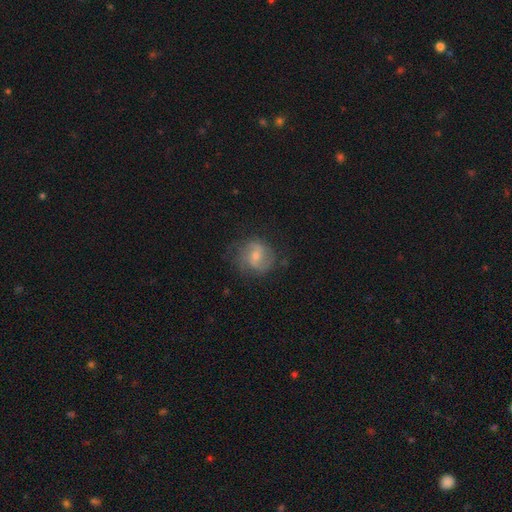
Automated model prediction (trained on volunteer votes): Smooth or featured?
  - featured or disk: 63% *
  - smooth: 27%
  - star or artifact: 9%
Edge-on disk?
  - no: 97% *
  - yes: 3%
Bar?
  - weak: 48% *
  - no: 39%
  - strong: 13%
Spiral arms?
  - yes: 86% *
  - no: 14%
Spiral winding?
  - medium: 45% *
  - tight: 28%
  - loose: 27%
Spiral arm count?
  - 2: 68% *
  - can't tell: 19%
  - 3: 5%
  - 1: 4%
  - 4: 2%
  - more than 4: 2%
Bulge size?
  - small: 51% *
  - moderate: 44%
  - none: 3%
  - large: 2%
  - dominant: 1%
Merging?
  - none: 72% *
  - minor disturbance: 18%
  - major disturbance: 8%
  - merger: 1%